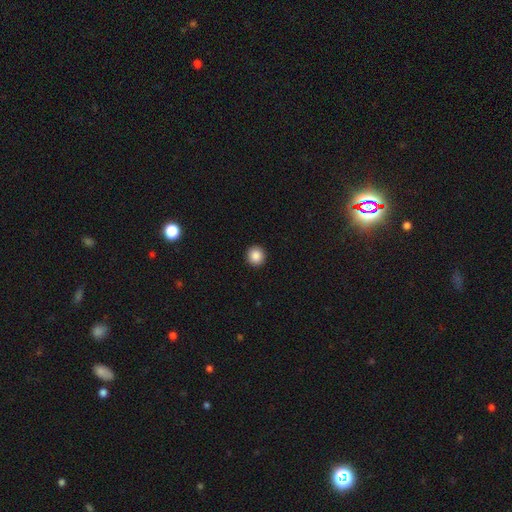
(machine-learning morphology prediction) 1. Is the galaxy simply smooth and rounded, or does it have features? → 87% smooth, 9% star or artifact, 3% featured or disk.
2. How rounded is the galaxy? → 94% round, 5% in between, 1% cigar-shaped.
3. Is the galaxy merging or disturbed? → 93% none, 4% minor disturbance, 1% major disturbance, 1% merger.